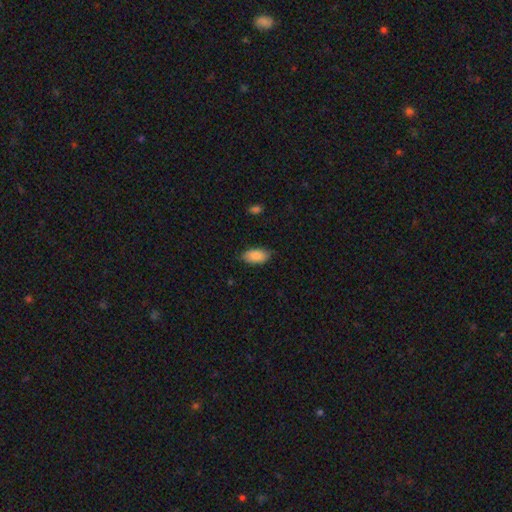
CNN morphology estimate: smooth-or-featured: smooth: 87% | featured or disk: 7% | star or artifact: 6%
  how-rounded: in between: 94% | cigar-shaped: 3% | round: 3%
  merging: none: 81% | minor disturbance: 15% | major disturbance: 3% | merger: 1%